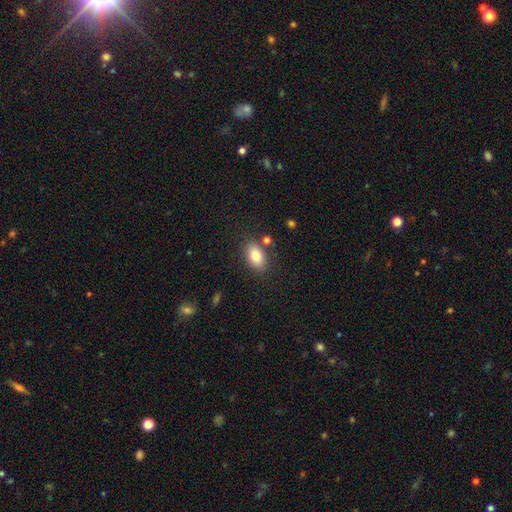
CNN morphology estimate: Q: Smooth or featured?
A: smooth (81%); runner-up: featured or disk (11%)
Q: How rounded?
A: in between (89%); runner-up: round (9%)
Q: Merging?
A: none (80%); runner-up: minor disturbance (11%)